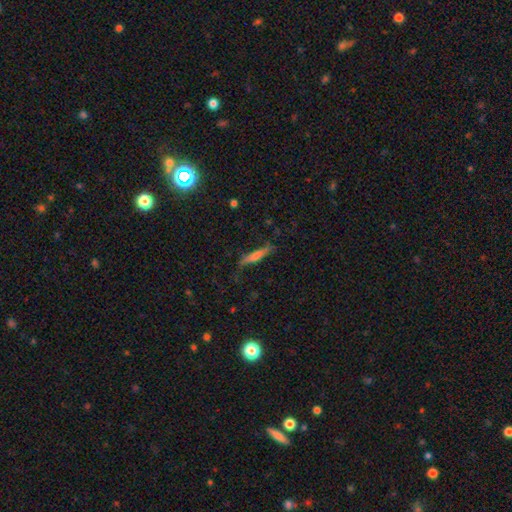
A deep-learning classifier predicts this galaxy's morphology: A featured or disk galaxy (49%). Merging: none (74%).